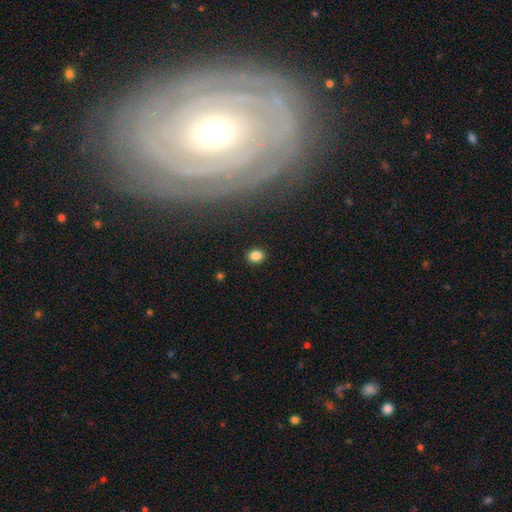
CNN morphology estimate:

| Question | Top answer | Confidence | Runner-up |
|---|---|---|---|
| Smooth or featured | smooth | 85% | star or artifact (11%) |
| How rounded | round | 59% | in between (40%) |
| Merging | none | 90% | minor disturbance (7%) |